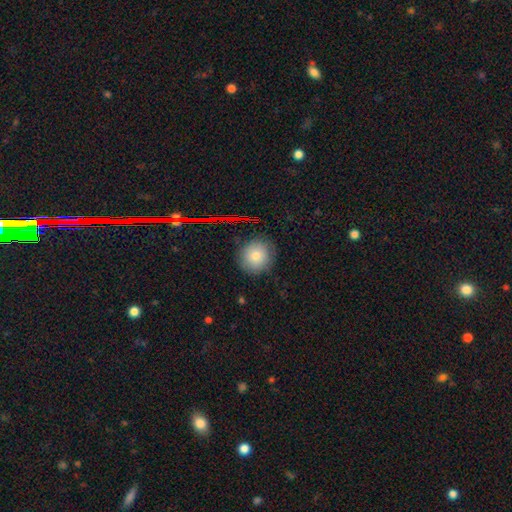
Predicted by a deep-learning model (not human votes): Morphology: type=smooth (74%); roundness=round (89%); merging=none (85%).